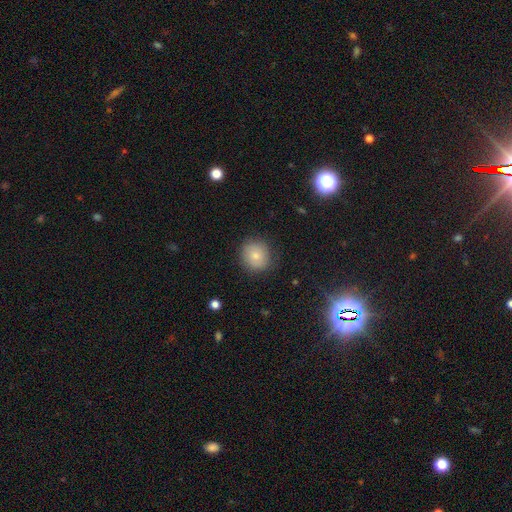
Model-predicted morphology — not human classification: Smooth or featured? Predicted: smooth (p=0.78). How rounded? Predicted: round (p=0.86). Merging? Predicted: none (p=0.83).